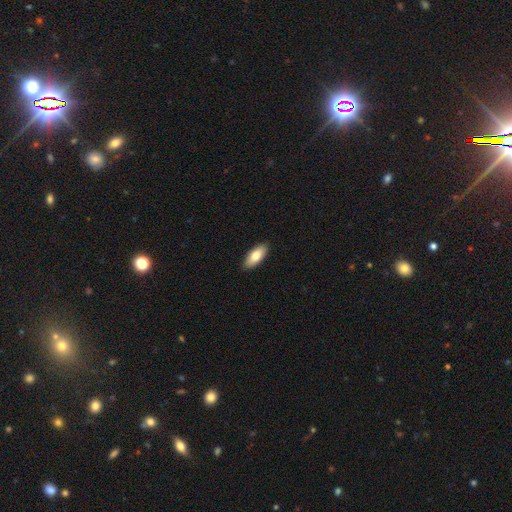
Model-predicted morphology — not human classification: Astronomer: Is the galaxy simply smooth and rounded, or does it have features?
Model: smooth — 79%.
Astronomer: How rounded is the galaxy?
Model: in between — 81%.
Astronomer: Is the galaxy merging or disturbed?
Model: none — 90%.